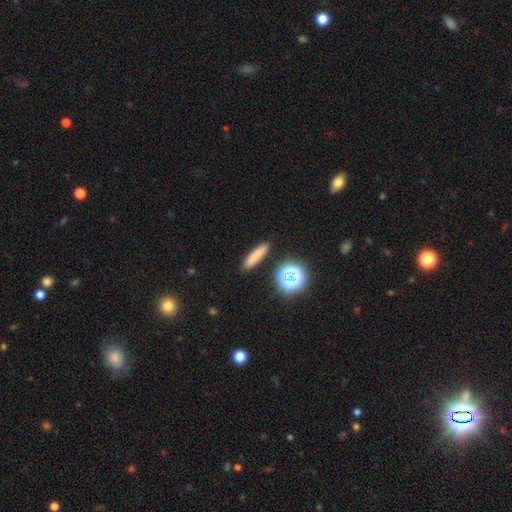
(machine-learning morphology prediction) smooth_or_featured: smooth (p=0.77) [alt: star or artifact p=0.13]
how_rounded: cigar-shaped (p=0.81) [alt: in between p=0.14]
merging: none (p=0.89) [alt: minor disturbance p=0.07]